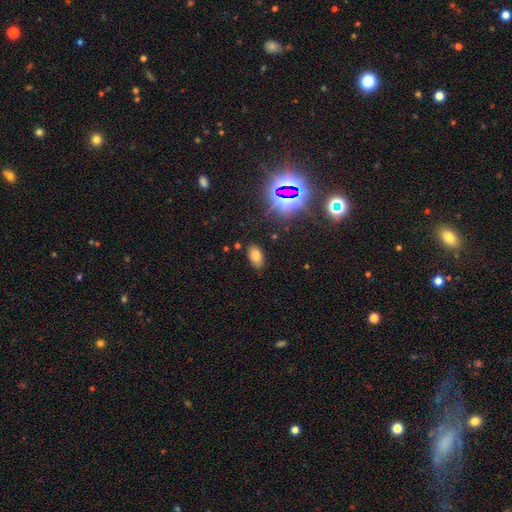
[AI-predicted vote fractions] Morphology: type=smooth (74%); roundness=in between (93%); merging=none (83%).